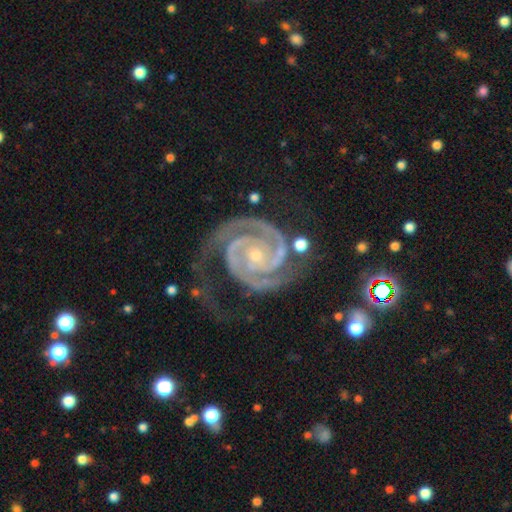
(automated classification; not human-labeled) Smooth or featured? featured or disk (94%)
Edge-on disk? no (98%)
Bar? no (67%)
Spiral arms? yes (99%)
Spiral winding? tight (78%)
Spiral arm count? 2 (86%)
Bulge size? small (80%)
Merging? none (61%)